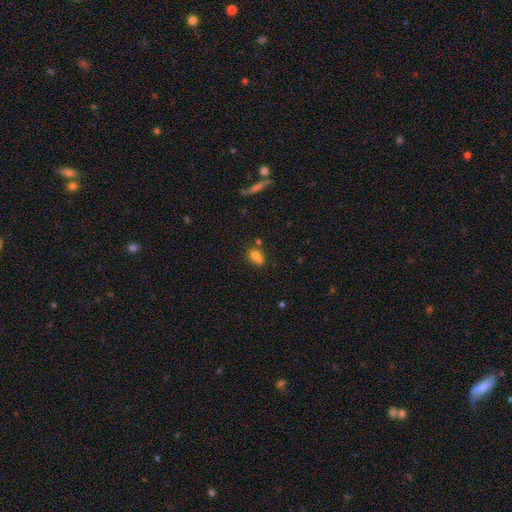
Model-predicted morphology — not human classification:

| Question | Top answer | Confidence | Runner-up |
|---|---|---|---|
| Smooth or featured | smooth | 72% | featured or disk (15%) |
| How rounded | in between | 52% | round (45%) |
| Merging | merger | 40% | none (39%) |